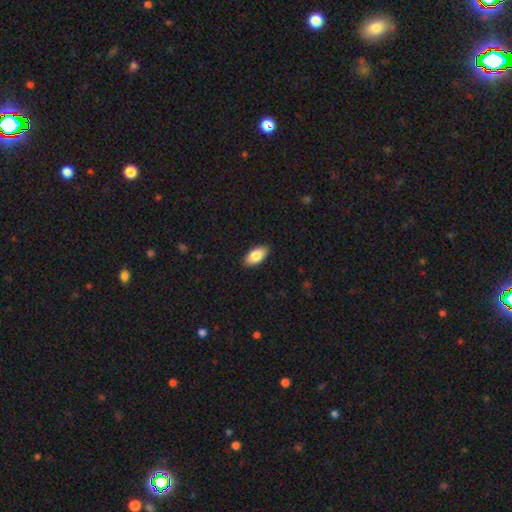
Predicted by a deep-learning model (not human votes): Smooth or featured?
  - smooth: 85% *
  - featured or disk: 9%
  - star or artifact: 6%
How rounded?
  - in between: 94% *
  - cigar-shaped: 3%
  - round: 3%
Merging?
  - none: 89% *
  - minor disturbance: 8%
  - major disturbance: 2%
  - merger: 1%